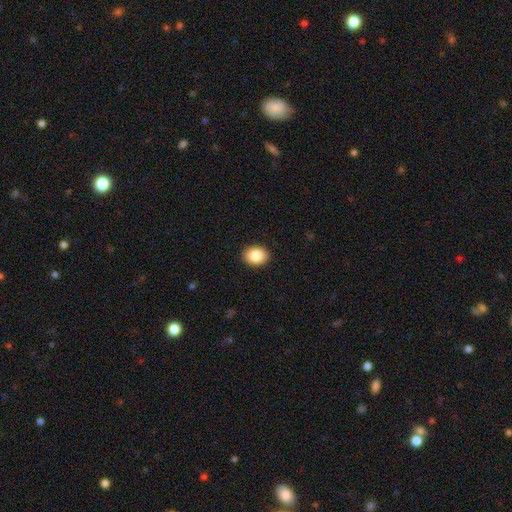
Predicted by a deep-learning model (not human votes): Smooth or featured? smooth (86%)
How rounded? in between (64%)
Merging? none (91%)